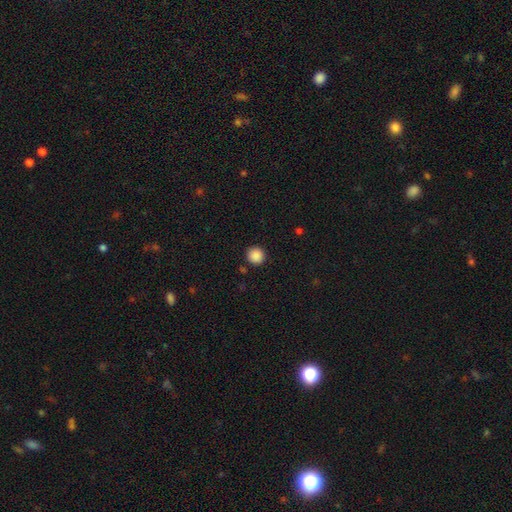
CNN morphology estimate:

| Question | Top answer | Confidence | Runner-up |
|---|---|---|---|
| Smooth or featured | smooth | 88% | star or artifact (10%) |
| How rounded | round | 93% | in between (6%) |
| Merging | none | 90% | minor disturbance (6%) |